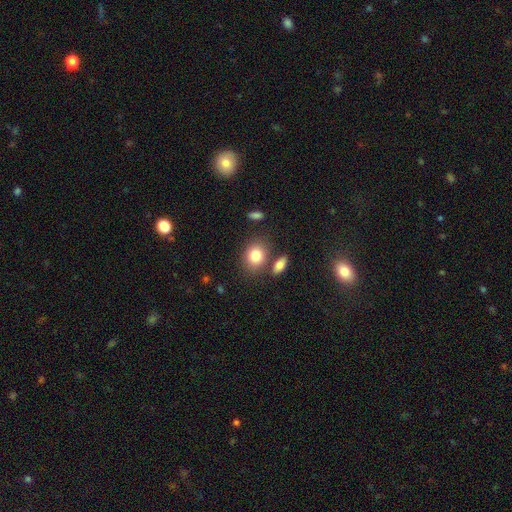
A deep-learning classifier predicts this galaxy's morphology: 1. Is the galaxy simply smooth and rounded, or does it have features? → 82% smooth, 9% featured or disk, 9% star or artifact.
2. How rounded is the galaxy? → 50% round, 49% in between, 1% cigar-shaped.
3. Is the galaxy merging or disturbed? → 70% none, 14% merger, 12% minor disturbance, 4% major disturbance.